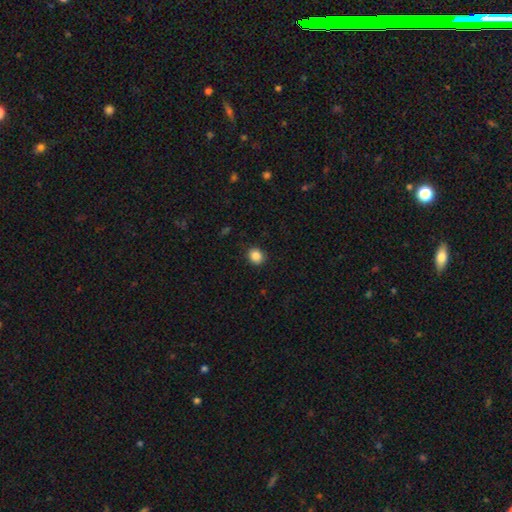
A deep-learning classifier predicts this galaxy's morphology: Overall: smooth (87%). How rounded: round (82%). Merging: none (91%).